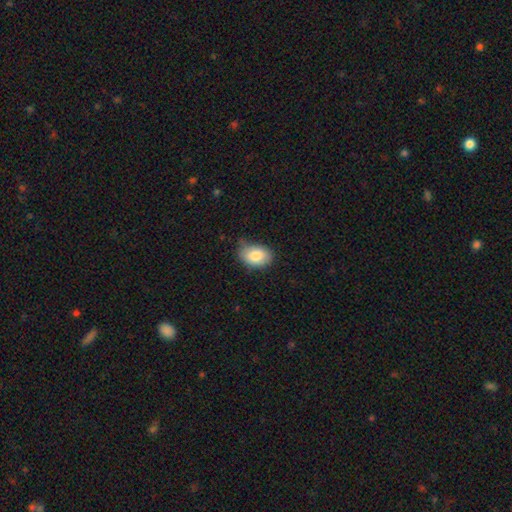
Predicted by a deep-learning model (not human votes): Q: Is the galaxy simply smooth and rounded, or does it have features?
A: smooth — 83%.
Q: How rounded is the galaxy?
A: in between — 78%.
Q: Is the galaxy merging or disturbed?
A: none — 57%.